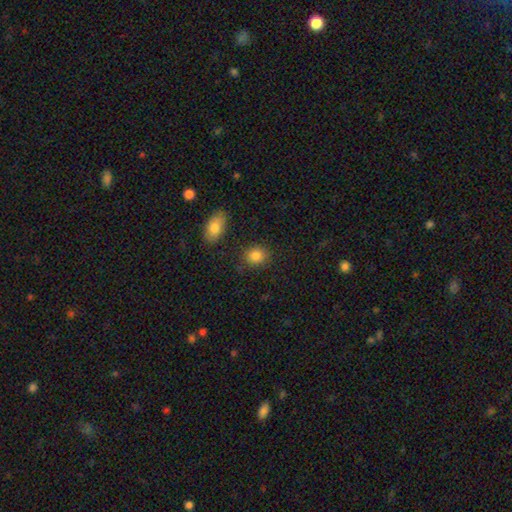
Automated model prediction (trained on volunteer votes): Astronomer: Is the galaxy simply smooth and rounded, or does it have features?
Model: smooth — 86%.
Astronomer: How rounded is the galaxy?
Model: round — 65%.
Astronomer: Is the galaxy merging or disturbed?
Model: none — 82%.